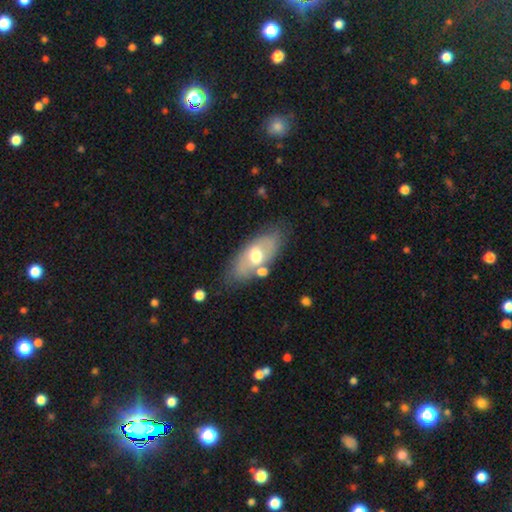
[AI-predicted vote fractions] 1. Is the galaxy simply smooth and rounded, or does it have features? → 52% smooth, 42% featured or disk, 7% star or artifact.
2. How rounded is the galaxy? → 84% in between, 11% cigar-shaped, 4% round.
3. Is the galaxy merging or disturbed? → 72% none, 16% minor disturbance, 7% merger, 5% major disturbance.